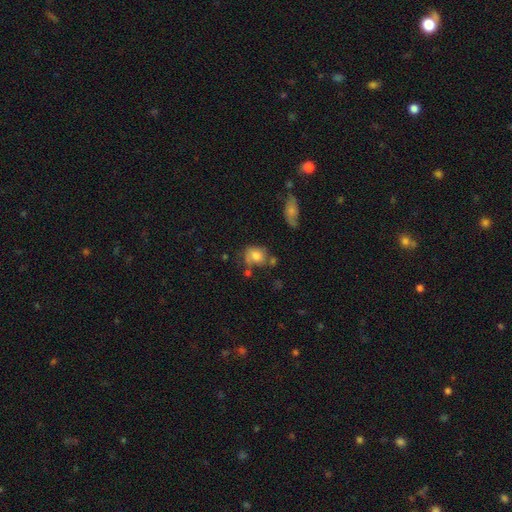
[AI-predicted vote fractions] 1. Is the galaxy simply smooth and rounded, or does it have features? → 69% smooth, 22% featured or disk, 10% star or artifact.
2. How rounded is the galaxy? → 51% round, 47% in between, 1% cigar-shaped.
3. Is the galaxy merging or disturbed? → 47% none, 26% minor disturbance, 14% major disturbance, 13% merger.